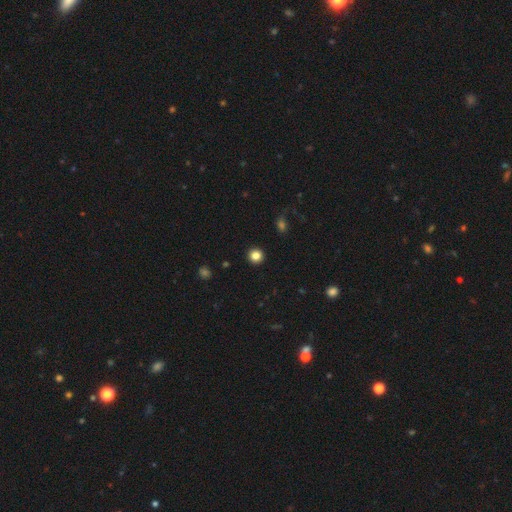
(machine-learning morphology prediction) Smooth or featured?
  - smooth: 84% *
  - star or artifact: 12%
  - featured or disk: 5%
How rounded?
  - round: 94% *
  - in between: 5%
  - cigar-shaped: 1%
Merging?
  - none: 93% *
  - minor disturbance: 4%
  - major disturbance: 2%
  - merger: 1%